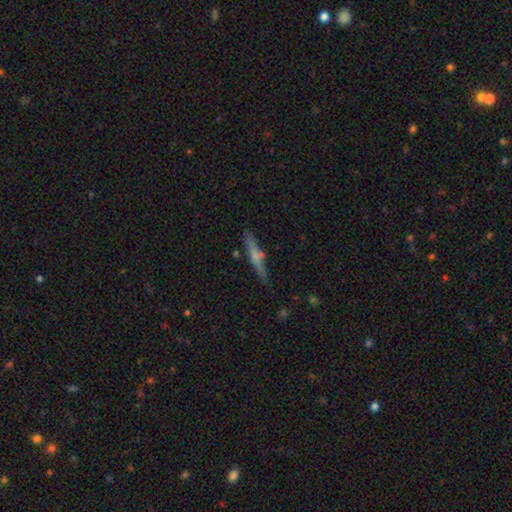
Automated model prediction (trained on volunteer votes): This appears to be a featured or disk galaxy (48%). Merging: none (80%).